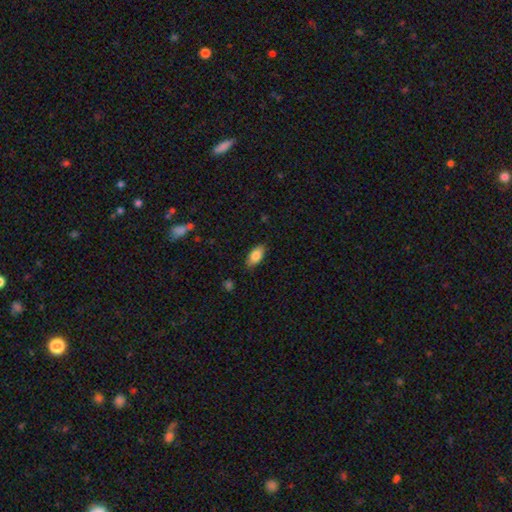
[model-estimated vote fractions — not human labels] Overall: smooth (83%). How rounded: in between (90%). Merging: none (84%).